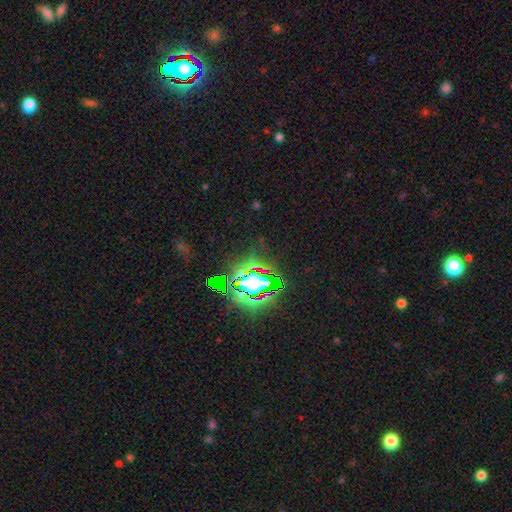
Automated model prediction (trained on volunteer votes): smooth-or-featured: star or artifact: 81% | smooth: 11% | featured or disk: 9%